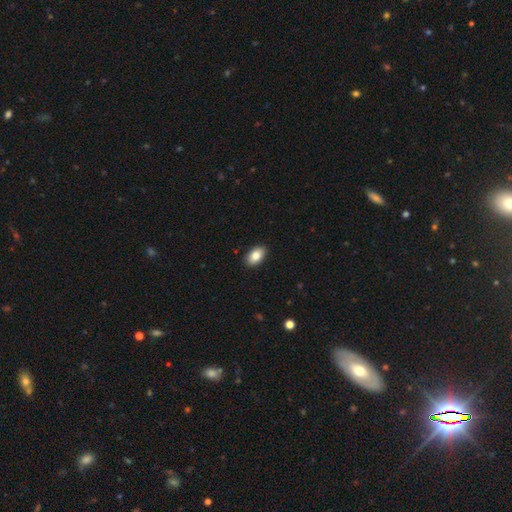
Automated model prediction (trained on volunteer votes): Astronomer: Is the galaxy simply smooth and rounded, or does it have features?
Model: smooth — 85%.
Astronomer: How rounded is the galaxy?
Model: in between — 92%.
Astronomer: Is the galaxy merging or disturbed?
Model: none — 90%.